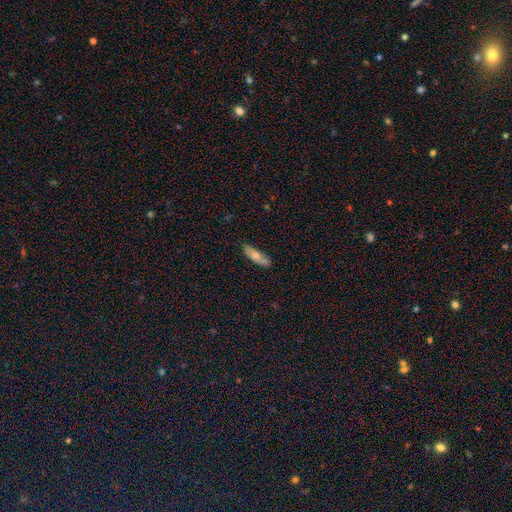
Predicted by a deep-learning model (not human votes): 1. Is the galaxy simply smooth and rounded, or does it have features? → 73% smooth, 21% featured or disk, 6% star or artifact.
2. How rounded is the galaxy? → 52% cigar-shaped, 46% in between, 2% round.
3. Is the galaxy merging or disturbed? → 75% none, 19% minor disturbance, 4% major disturbance, 3% merger.